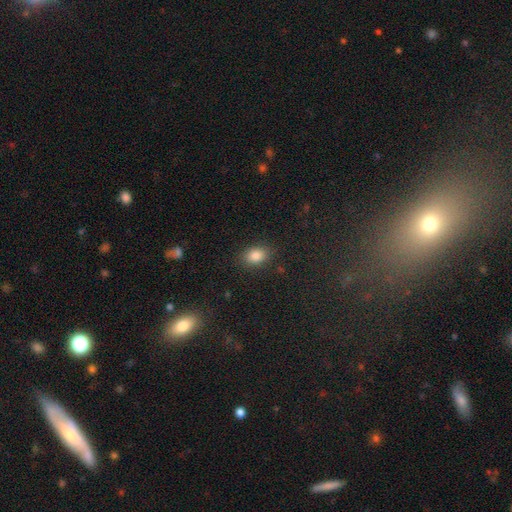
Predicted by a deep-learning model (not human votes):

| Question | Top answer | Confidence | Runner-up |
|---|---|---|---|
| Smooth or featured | smooth | 84% | star or artifact (10%) |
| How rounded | in between | 75% | round (23%) |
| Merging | none | 85% | minor disturbance (11%) |